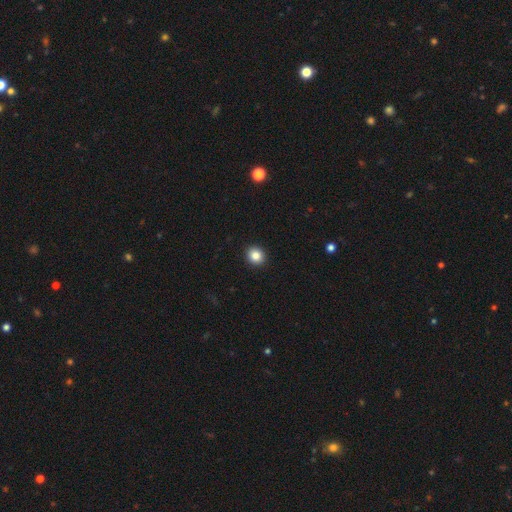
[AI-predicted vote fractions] Q: Smooth or featured?
A: smooth (85%); runner-up: star or artifact (10%)
Q: How rounded?
A: round (84%); runner-up: in between (15%)
Q: Merging?
A: none (93%); runner-up: minor disturbance (5%)